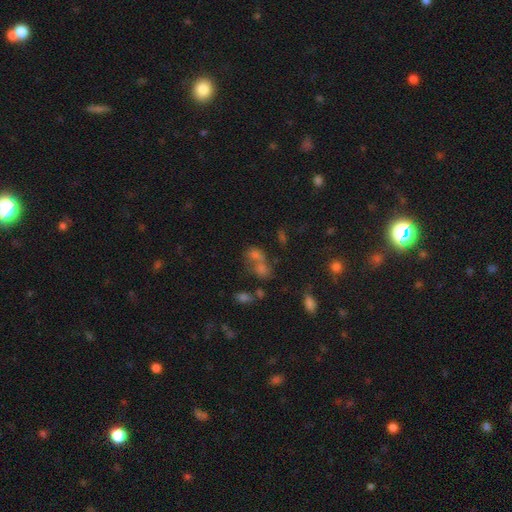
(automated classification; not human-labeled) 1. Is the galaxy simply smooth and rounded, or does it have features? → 58% smooth, 27% star or artifact, 16% featured or disk.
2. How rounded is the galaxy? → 52% in between, 45% round, 2% cigar-shaped.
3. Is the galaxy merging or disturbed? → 54% merger, 31% none, 9% minor disturbance, 7% major disturbance.